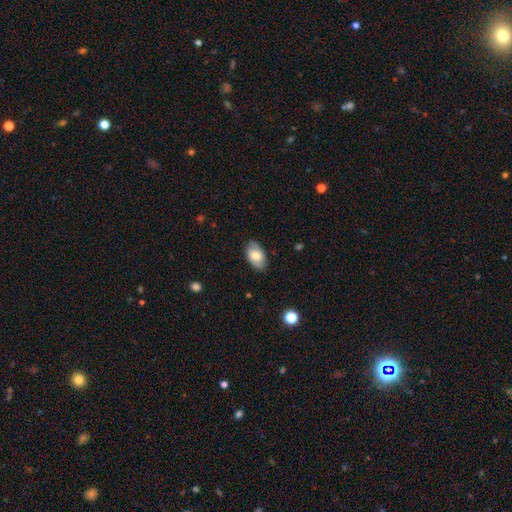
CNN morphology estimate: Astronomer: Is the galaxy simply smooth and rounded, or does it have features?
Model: smooth — 71%.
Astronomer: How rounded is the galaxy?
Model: in between — 93%.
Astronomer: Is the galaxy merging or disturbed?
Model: none — 84%.